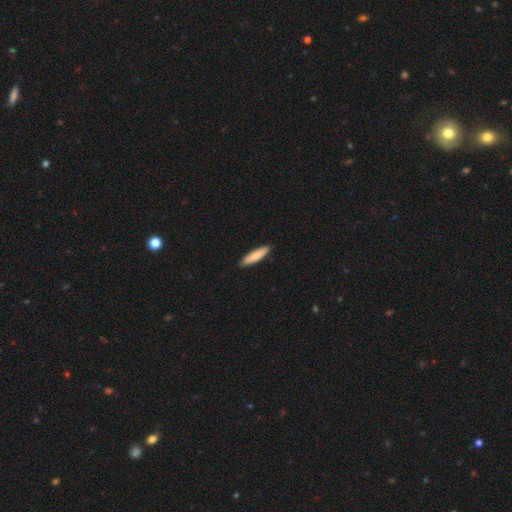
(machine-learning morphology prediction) smooth-or-featured: smooth: 83% | featured or disk: 12% | star or artifact: 5%
  how-rounded: cigar-shaped: 78% | in between: 21% | round: 1%
  merging: none: 89% | minor disturbance: 8% | major disturbance: 1% | merger: 1%